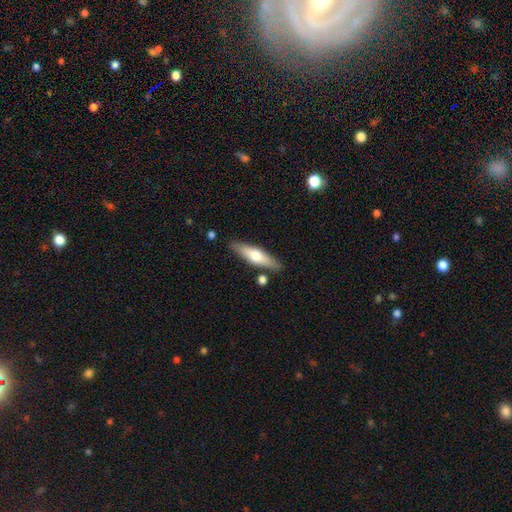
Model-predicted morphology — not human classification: smooth-or-featured: smooth: 48% | featured or disk: 46% | star or artifact: 5%
  merging: none: 84% | minor disturbance: 10% | merger: 4% | major disturbance: 2%